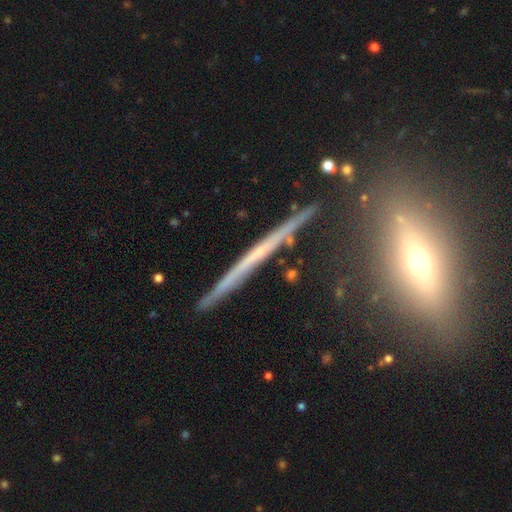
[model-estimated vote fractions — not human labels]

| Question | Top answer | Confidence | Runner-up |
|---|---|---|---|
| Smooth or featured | featured or disk | 70% | smooth (21%) |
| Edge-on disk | yes | 96% | no (4%) |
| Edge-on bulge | none | 79% | rounded (16%) |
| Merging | none | 87% | minor disturbance (9%) |